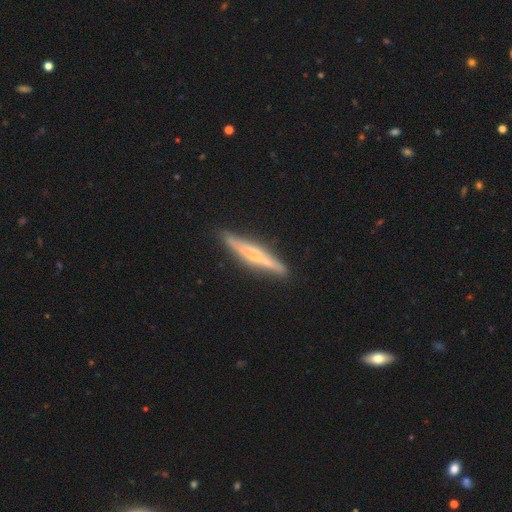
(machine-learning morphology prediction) Overall: featured or disk (64%; smooth 30%). Edge-on disk: yes (95%). Edge-on bulge: none (46%; rounded 36%). Merging: none (84%).